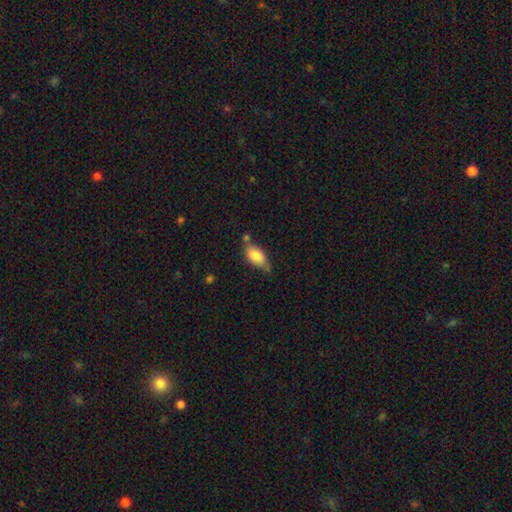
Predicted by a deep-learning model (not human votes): A smooth galaxy with no disk features (83%) that is in between round and cigar-shaped (89%).

Vote fractions:
- Smooth or featured? smooth: 83% / featured or disk: 11% / star or artifact: 7%
- How rounded? in between: 89% / cigar-shaped: 8% / round: 3%
- Merging? none: 52% / minor disturbance: 31% / merger: 11% / major disturbance: 7%